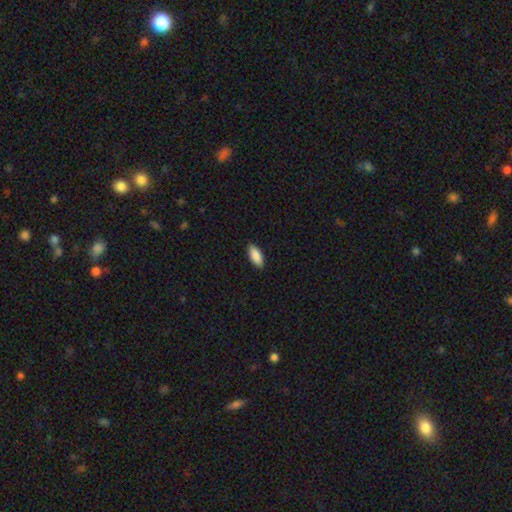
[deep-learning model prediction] smooth-or-featured: smooth: 88% | featured or disk: 6% | star or artifact: 6%
  how-rounded: in between: 82% | cigar-shaped: 17% | round: 2%
  merging: none: 89% | minor disturbance: 9% | major disturbance: 2% | merger: 1%